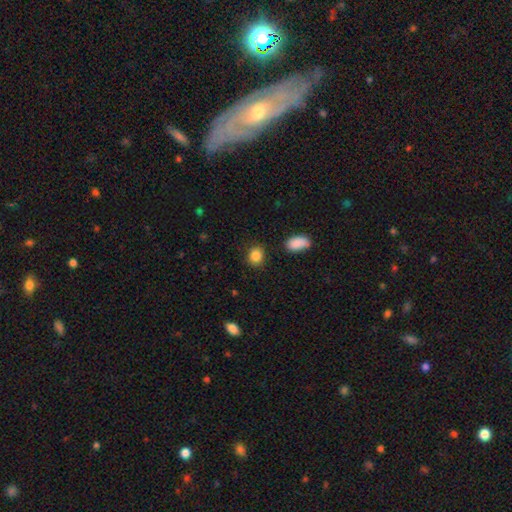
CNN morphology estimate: A smooth galaxy with no disk features (87%) that is round (63%).

Vote fractions:
- Smooth or featured? smooth: 87% / star or artifact: 9% / featured or disk: 4%
- How rounded? round: 63% / in between: 36% / cigar-shaped: 1%
- Merging? none: 86% / minor disturbance: 9% / major disturbance: 3% / merger: 3%